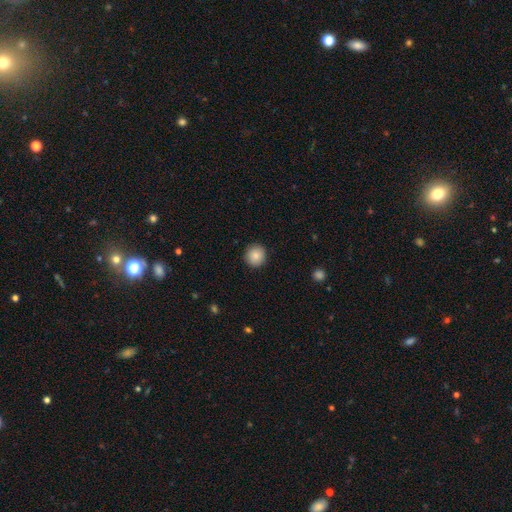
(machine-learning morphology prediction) This is clearly a smooth galaxy (85%). How rounded: clearly round (93%). Merging: clearly none (91%).